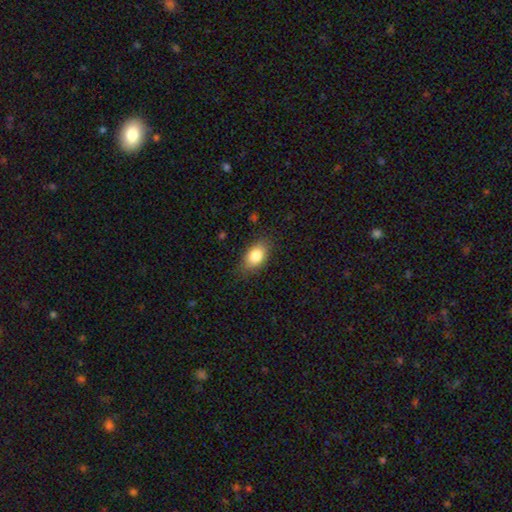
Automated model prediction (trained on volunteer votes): This appears to be a smooth galaxy with no disk features (83%) that is in between round and cigar-shaped (87%). Merging: none (81%).